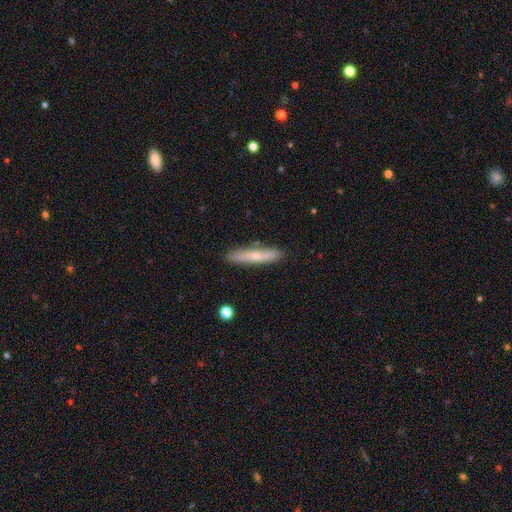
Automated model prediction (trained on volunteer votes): A smooth galaxy with no disk features (57%) that is cigar-shaped (91%).

Vote fractions:
- Smooth or featured? smooth: 57% / featured or disk: 36% / star or artifact: 6%
- How rounded? cigar-shaped: 91% / in between: 7% / round: 1%
- Merging? none: 87% / minor disturbance: 9% / merger: 2% / major disturbance: 2%